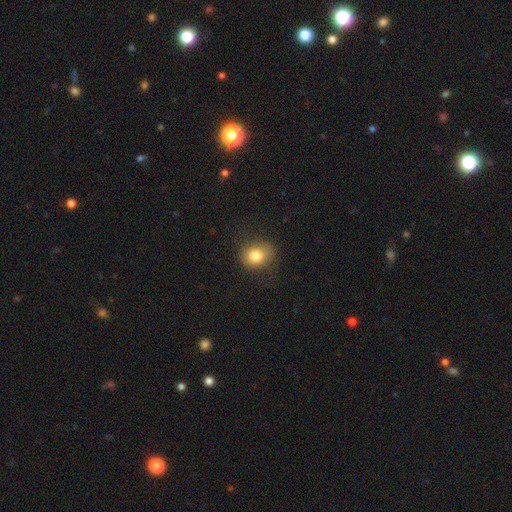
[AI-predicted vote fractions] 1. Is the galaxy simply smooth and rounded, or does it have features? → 80% smooth, 10% star or artifact, 10% featured or disk.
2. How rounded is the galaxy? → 63% round, 36% in between, 1% cigar-shaped.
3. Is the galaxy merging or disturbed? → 77% none, 15% minor disturbance, 6% major disturbance, 1% merger.